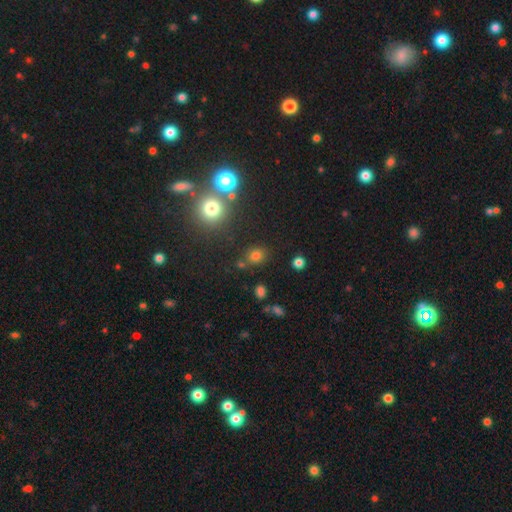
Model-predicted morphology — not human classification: Smooth or featured?
  - smooth: 71% *
  - star or artifact: 22%
  - featured or disk: 7%
How rounded?
  - round: 70% *
  - in between: 29%
  - cigar-shaped: 1%
Merging?
  - none: 78% *
  - minor disturbance: 11%
  - merger: 8%
  - major disturbance: 4%